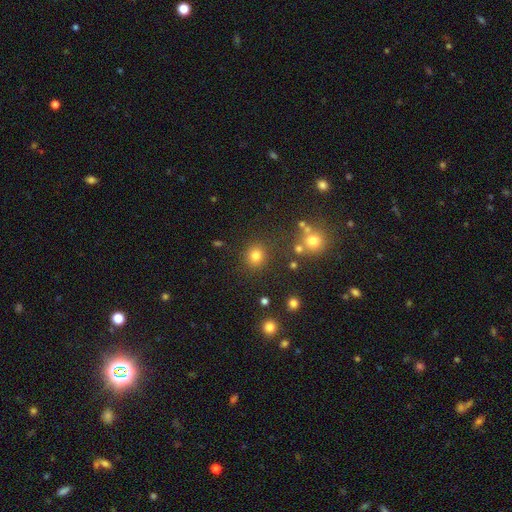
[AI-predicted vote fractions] Smooth or featured? Predicted: smooth (p=0.79). How rounded? Predicted: round (p=0.87). Merging? Predicted: none (p=0.85).